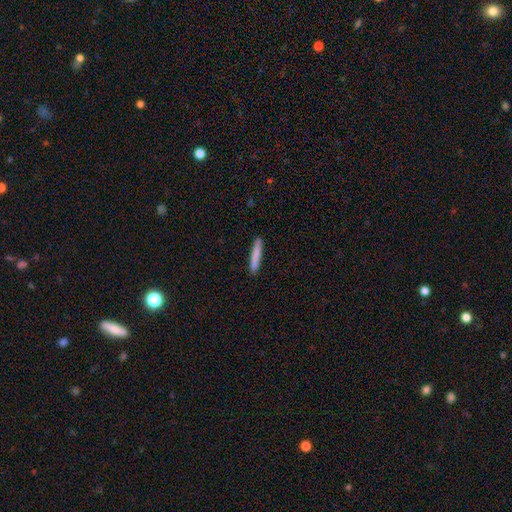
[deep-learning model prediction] Smooth or featured? smooth (80%)
How rounded? cigar-shaped (95%)
Merging? none (90%)